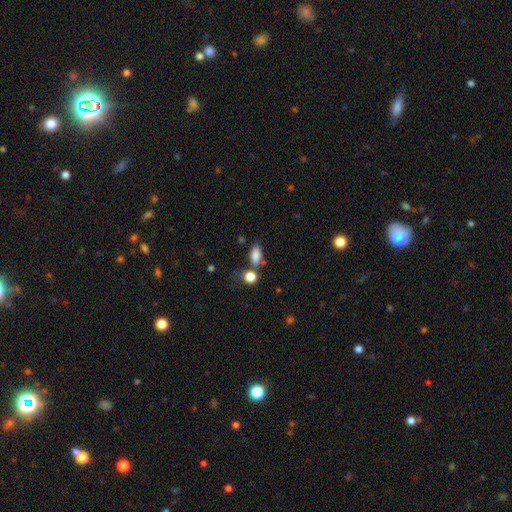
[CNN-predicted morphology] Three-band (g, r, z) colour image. It shows a smooth galaxy with no disk features (84%) that is in between round and cigar-shaped (86%). Merging: none (56%).